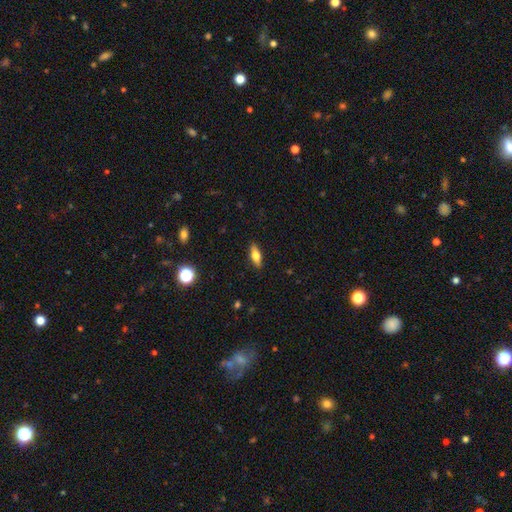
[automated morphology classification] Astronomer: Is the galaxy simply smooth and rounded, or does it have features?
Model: smooth — 53% (runner-up: featured or disk, 39%).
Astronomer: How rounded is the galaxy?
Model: in between — 64%.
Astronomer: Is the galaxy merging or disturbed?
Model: none — 87%.